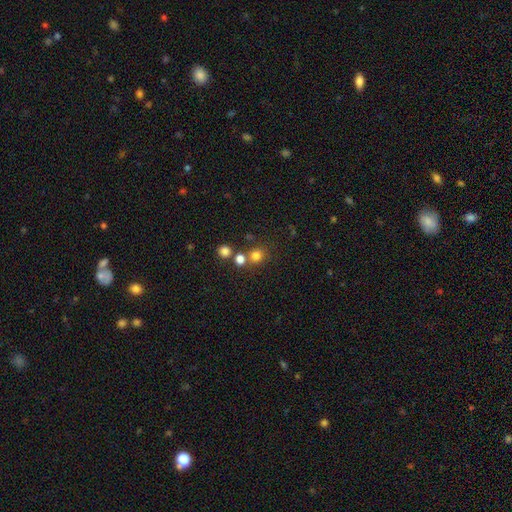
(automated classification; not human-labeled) Smooth or featured?
  - smooth: 77% *
  - star or artifact: 16%
  - featured or disk: 6%
How rounded?
  - round: 86% *
  - in between: 13%
  - cigar-shaped: 1%
Merging?
  - none: 70% *
  - merger: 19%
  - minor disturbance: 8%
  - major disturbance: 3%